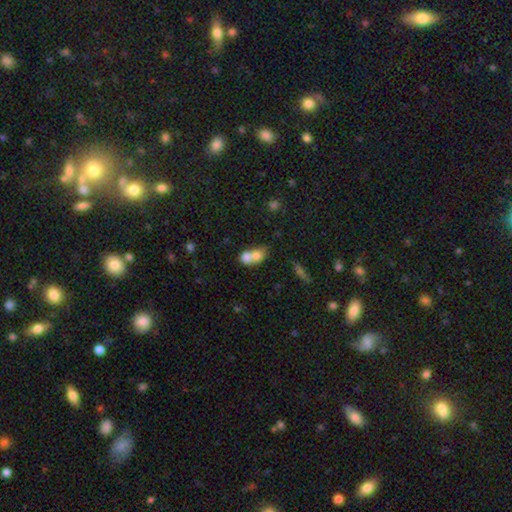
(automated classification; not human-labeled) smooth 70%, featured or disk 20%, star or artifact 10%. Down the decision tree: how rounded — in between (54%); merging — merger (74%).